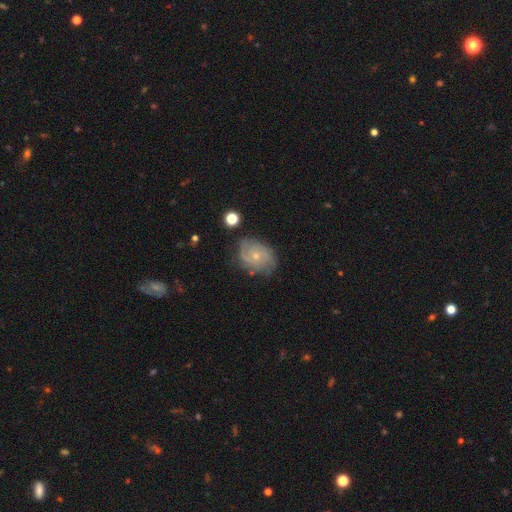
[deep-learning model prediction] A featured or disk galaxy (72%) with no bar (77%), 2 (36%) tight (52%) spiral arms (89%) and a small central bulge (69%). Merging: none (68%).